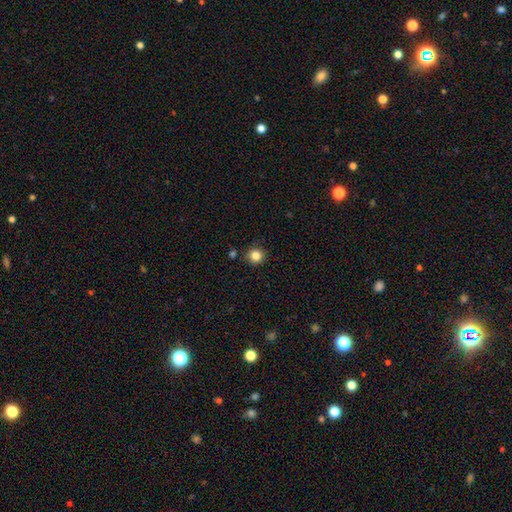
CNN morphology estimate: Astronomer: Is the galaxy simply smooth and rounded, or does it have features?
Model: smooth — 83%.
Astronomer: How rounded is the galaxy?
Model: round — 93%.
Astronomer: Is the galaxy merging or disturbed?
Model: none — 86%.